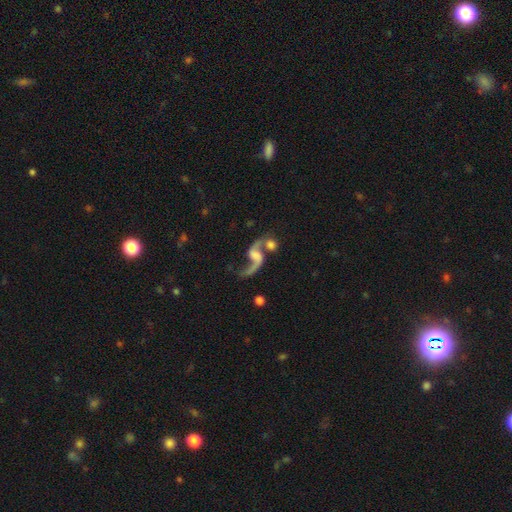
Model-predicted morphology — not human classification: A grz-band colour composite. It shows a featured or disk galaxy (86%) with no bar (48%), 2 (89%) loose (89%) spiral arms (94%) and no central bulge (37%). Merging: none (45%).